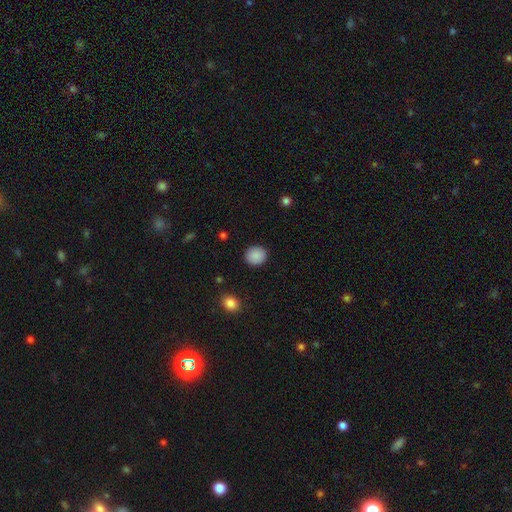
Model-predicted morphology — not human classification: This is clearly a smooth galaxy (89%). How rounded: clearly round (81%). Merging: clearly none (91%).